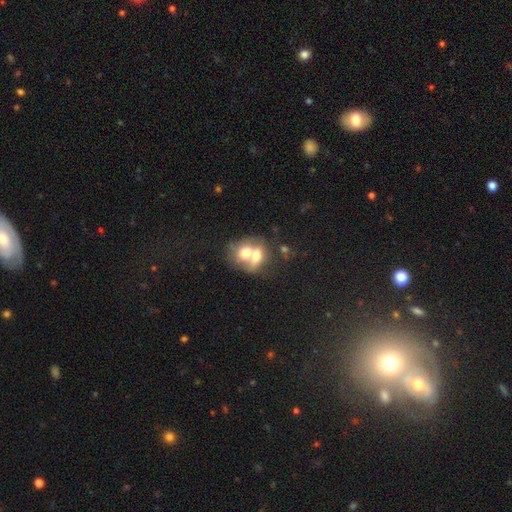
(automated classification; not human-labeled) Smooth or featured? Predicted: smooth (p=0.63). How rounded? Predicted: round (p=0.51). Merging? Predicted: merger (p=0.72).